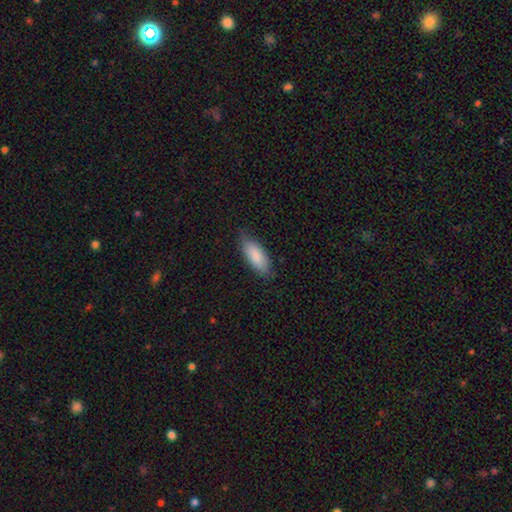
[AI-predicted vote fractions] Smooth or featured: smooth — 86% (featured or disk — 8%)
How rounded: in between — 78% (cigar-shaped — 20%)
Merging: none — 75% (minor disturbance — 20%)